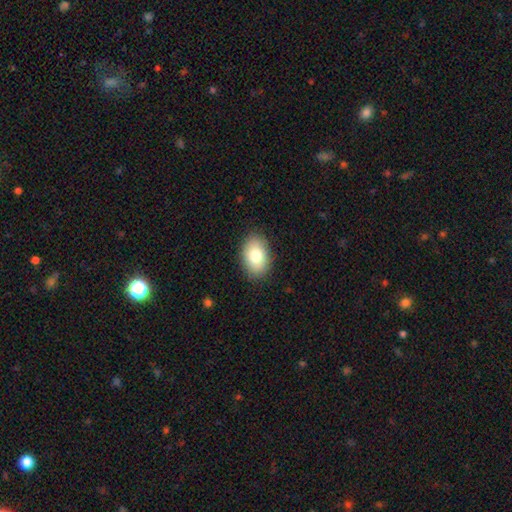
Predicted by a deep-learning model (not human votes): smooth-or-featured: smooth: 79% | featured or disk: 13% | star or artifact: 8%
  how-rounded: in between: 82% | round: 17% | cigar-shaped: 1%
  merging: none: 87% | minor disturbance: 10% | major disturbance: 2% | merger: 1%